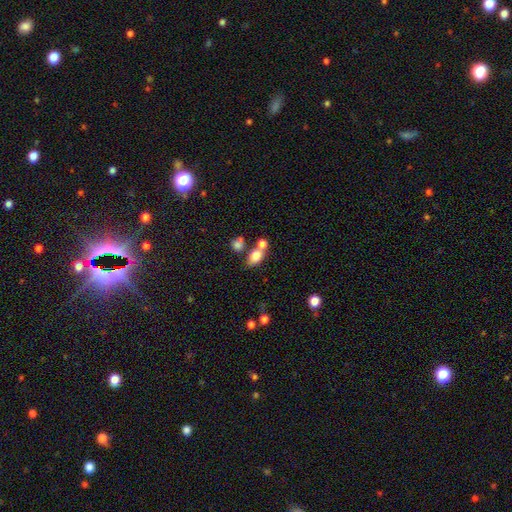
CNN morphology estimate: A smooth galaxy with no disk features (78%) that is in between round and cigar-shaped (71%). Merging: none (48%).